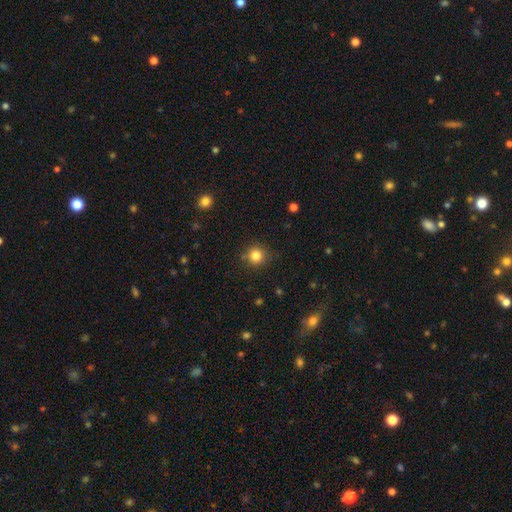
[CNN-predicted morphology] Smooth or featured?
  - smooth: 83% *
  - star or artifact: 12%
  - featured or disk: 5%
How rounded?
  - round: 93% *
  - in between: 6%
  - cigar-shaped: 1%
Merging?
  - none: 85% *
  - minor disturbance: 9%
  - major disturbance: 3%
  - merger: 3%